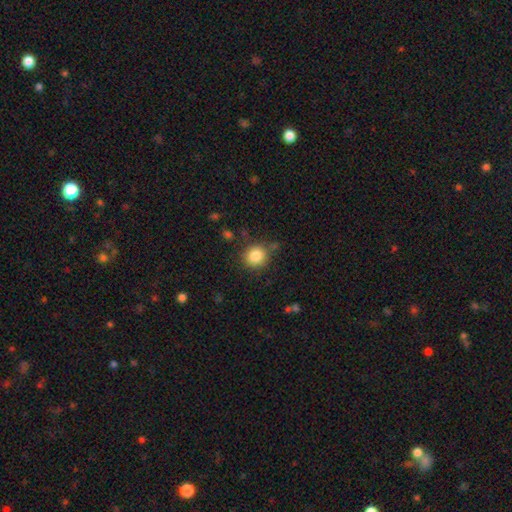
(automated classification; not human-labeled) smooth_or_featured: smooth (p=0.85) [alt: star or artifact p=0.10]
how_rounded: round (p=0.86) [alt: in between p=0.13]
merging: none (p=0.80) [alt: minor disturbance p=0.12]